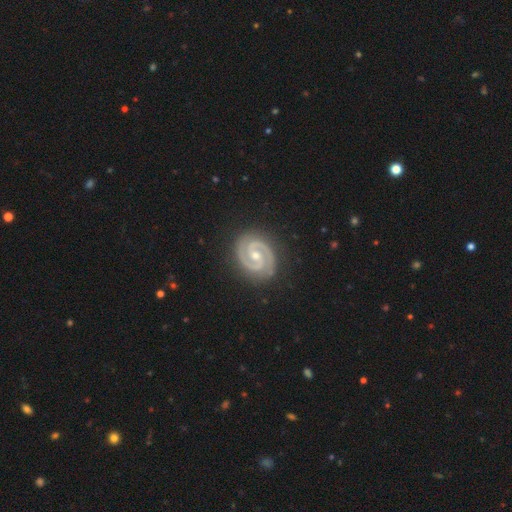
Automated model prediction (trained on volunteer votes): smooth-or-featured: featured or disk: 93% | star or artifact: 4% | smooth: 3%
  disk-edge-on: no: 98% | yes: 2%
    bar: no: 42% | weak: 37% | strong: 21%
    has-spiral-arms: yes: 99% | no: 1%
      spiral-winding: tight: 66% | medium: 30% | loose: 3%
      spiral-arm-count: 2: 94% | 3: 2% | can't tell: 1% | 1: 1% | 4: 1% | more than 4: 1%
    bulge-size: moderate: 54% | small: 43% | large: 1% | none: 1% | dominant: 1%
  merging: none: 87% | minor disturbance: 9% | major disturbance: 2% | merger: 1%